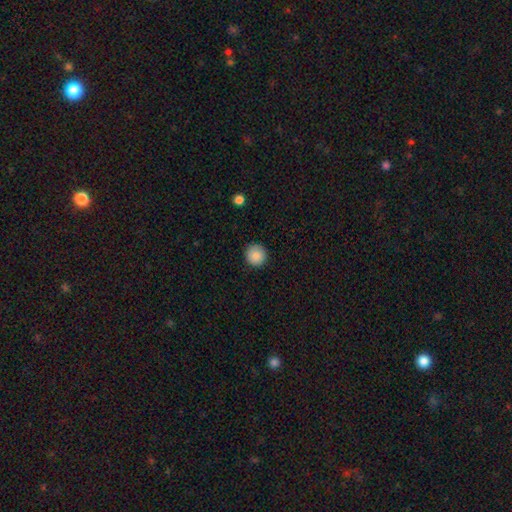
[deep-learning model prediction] This appears to be a smooth galaxy with no disk features (88%) that is round (95%). Merging: none (91%).